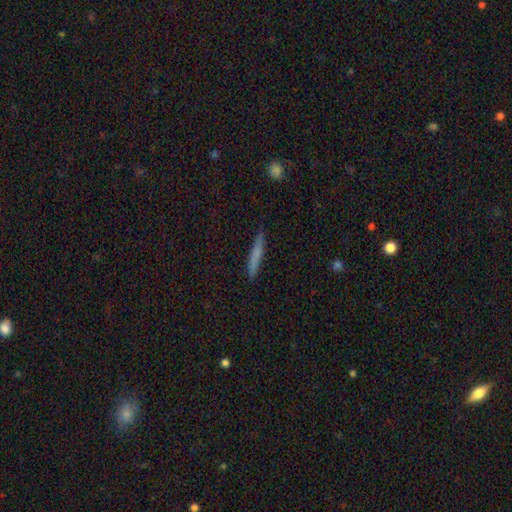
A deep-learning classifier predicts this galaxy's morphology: The model was most divided on "smooth or featured": smooth: 70%, featured or disk: 24%, star or artifact: 7%. More confident: how rounded — cigar-shaped (95%); merging — none (89%).